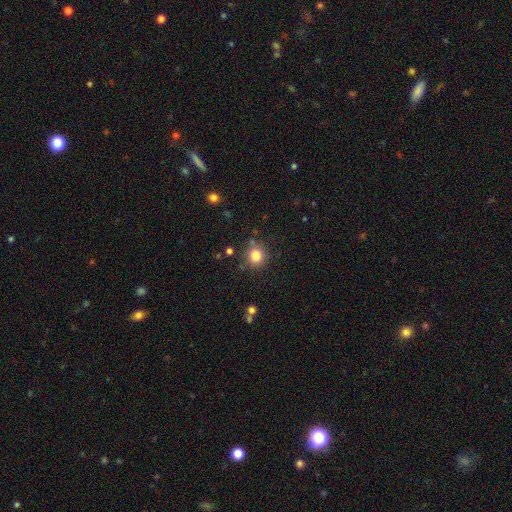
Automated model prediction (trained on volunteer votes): Smooth or featured? Predicted: smooth (p=0.82). How rounded? Predicted: round (p=0.89). Merging? Predicted: none (p=0.80).